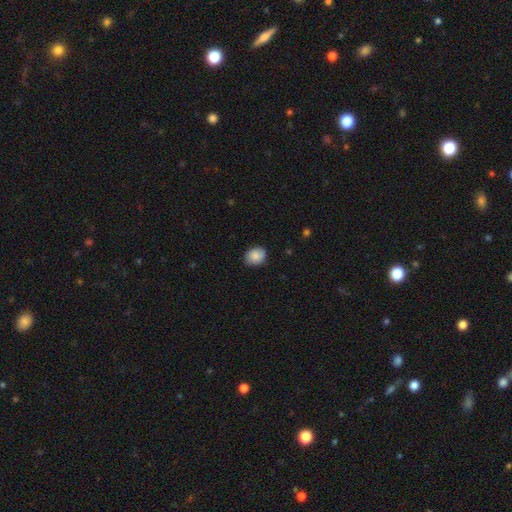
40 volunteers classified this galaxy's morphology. Volunteers were most divided on "how rounded": round: 69%, in between: 31%, cigar-shaped: 0%. More confident: merging — none (89%); smooth or featured — smooth (88%).